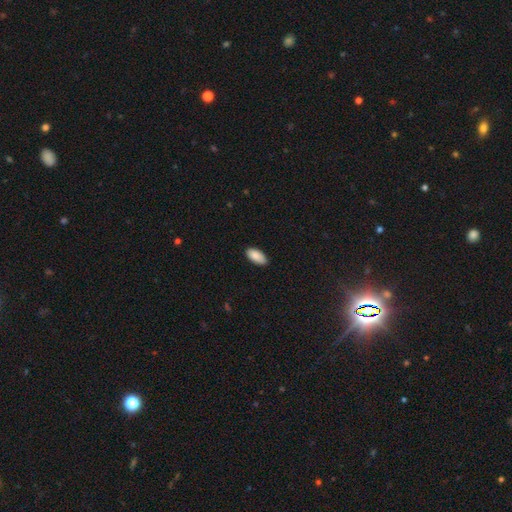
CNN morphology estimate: This is clearly a smooth galaxy (89%). How rounded: clearly in between (94%). Merging: clearly none (85%).